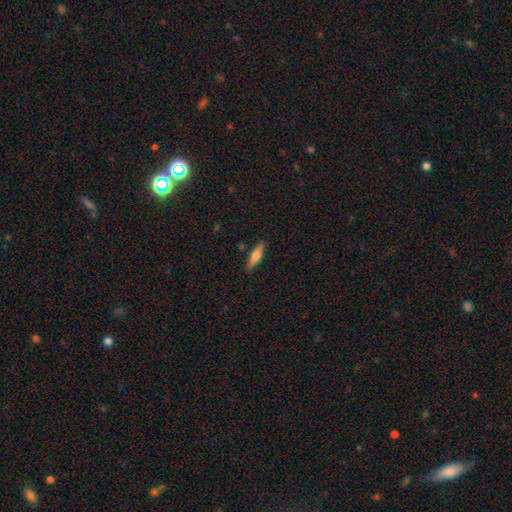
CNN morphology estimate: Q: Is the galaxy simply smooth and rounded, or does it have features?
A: smooth — 64%.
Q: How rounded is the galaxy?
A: cigar-shaped — 69%.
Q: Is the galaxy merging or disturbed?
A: none — 85%.